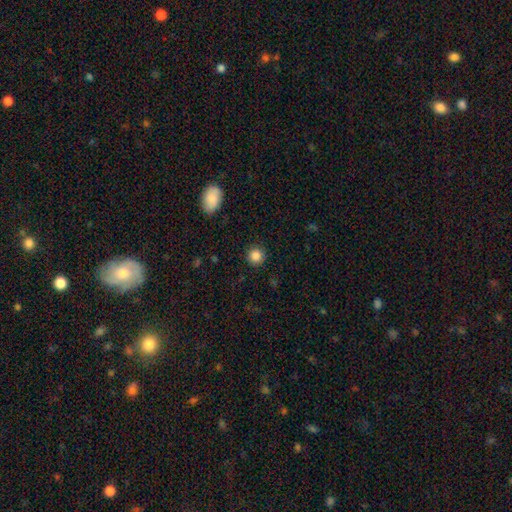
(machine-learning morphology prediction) This appears to be a smooth galaxy with no disk features (86%) that is round (93%). Merging: none (89%).